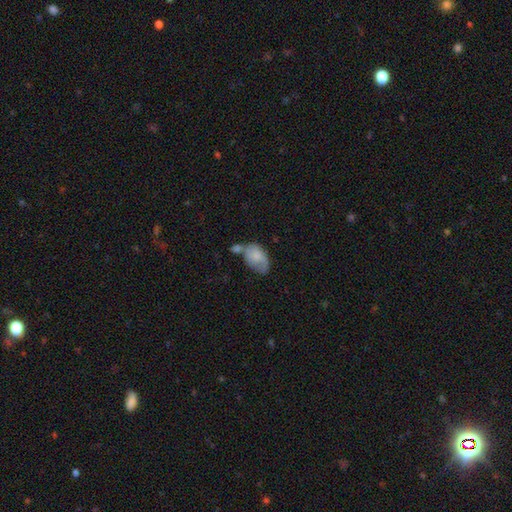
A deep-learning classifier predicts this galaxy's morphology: type=smooth (66%); roundness=in between (89%); merging=merger (32%).